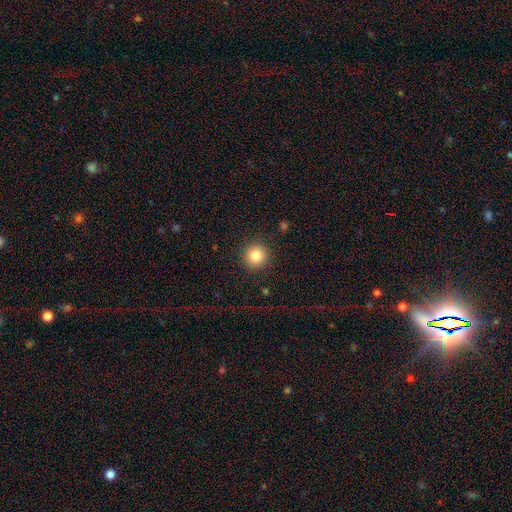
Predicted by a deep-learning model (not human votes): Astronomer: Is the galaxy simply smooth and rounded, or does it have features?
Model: smooth — 85%.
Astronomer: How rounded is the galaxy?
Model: round — 93%.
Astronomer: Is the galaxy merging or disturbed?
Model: none — 90%.